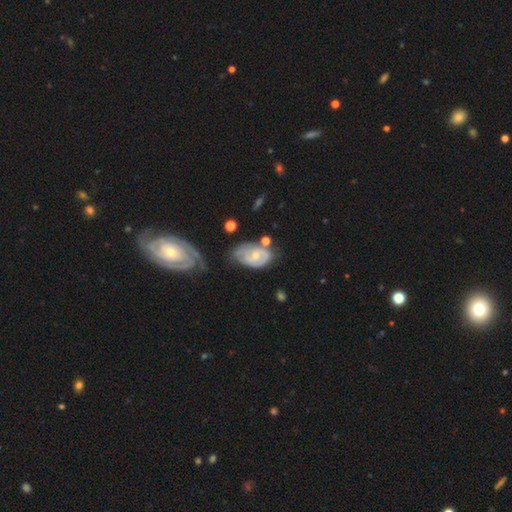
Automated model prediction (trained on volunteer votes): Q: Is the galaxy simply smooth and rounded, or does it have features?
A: featured or disk — 65%.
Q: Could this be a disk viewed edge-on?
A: no — 96%.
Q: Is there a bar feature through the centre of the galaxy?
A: no — 61%.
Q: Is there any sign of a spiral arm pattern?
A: yes — 76%.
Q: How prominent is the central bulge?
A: small — 56%.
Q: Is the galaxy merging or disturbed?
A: none — 38%.